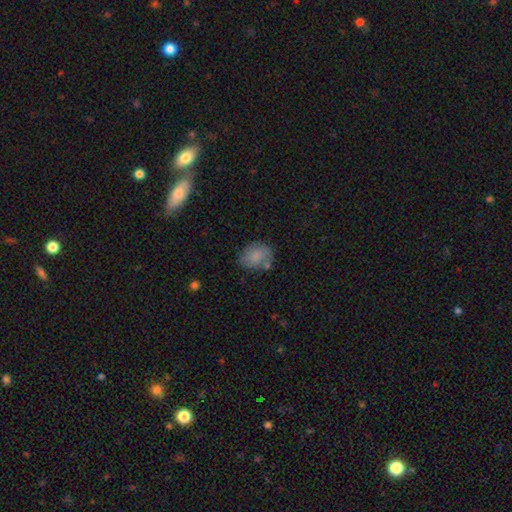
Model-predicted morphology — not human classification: type=smooth (79%); roundness=in between (65%); merging=none (62%).